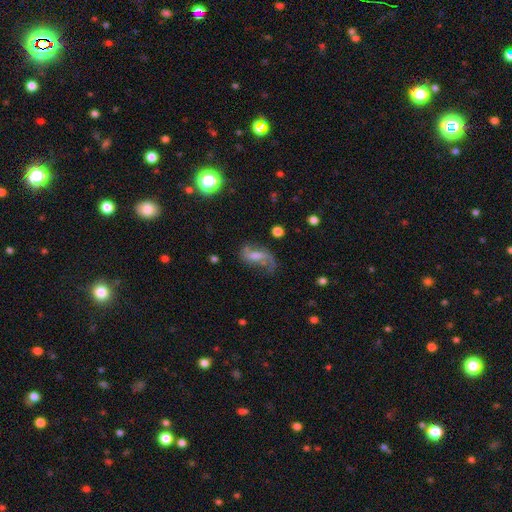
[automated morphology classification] Q: Smooth or featured?
A: featured or disk (67%); runner-up: smooth (23%)
Q: Edge-on disk?
A: no (94%); runner-up: yes (6%)
Q: Bar?
A: weak (48%); runner-up: no (30%)
Q: Spiral arms?
A: yes (87%); runner-up: no (13%)
Q: Spiral winding?
A: loose (73%); runner-up: medium (21%)
Q: Spiral arm count?
A: 2 (72%); runner-up: 1 (18%)
Q: Bulge size?
A: moderate (33%); runner-up: small (32%)
Q: Merging?
A: none (44%); runner-up: major disturbance (29%)